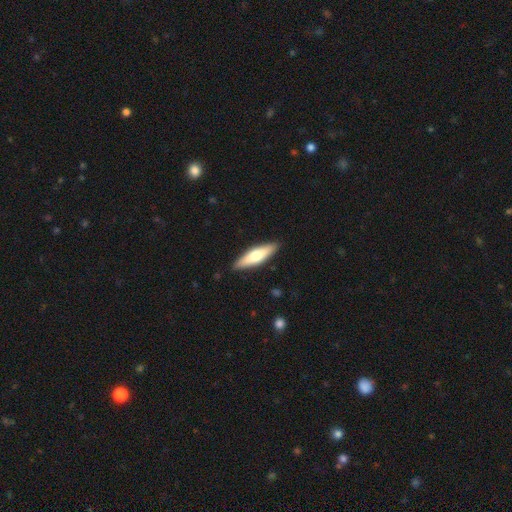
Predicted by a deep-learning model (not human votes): smooth-or-featured: smooth: 60% | featured or disk: 35% | star or artifact: 5%
  how-rounded: cigar-shaped: 62% | in between: 36% | round: 2%
  merging: none: 88% | minor disturbance: 9% | major disturbance: 2% | merger: 1%